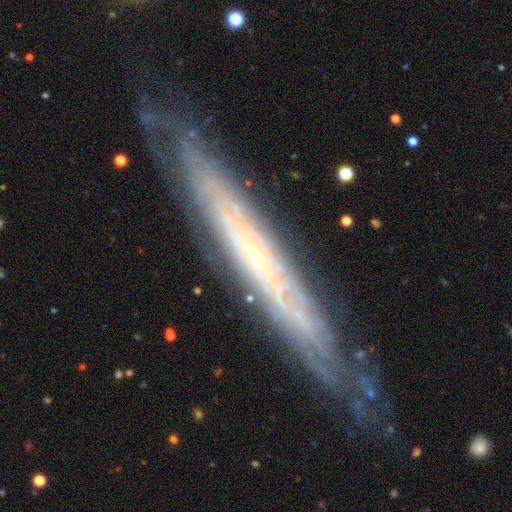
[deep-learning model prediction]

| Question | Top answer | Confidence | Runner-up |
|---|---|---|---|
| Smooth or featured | featured or disk | 75% | smooth (17%) |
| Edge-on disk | yes | 69% | no (31%) |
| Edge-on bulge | none | 77% | rounded (20%) |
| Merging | none | 80% | minor disturbance (15%) |